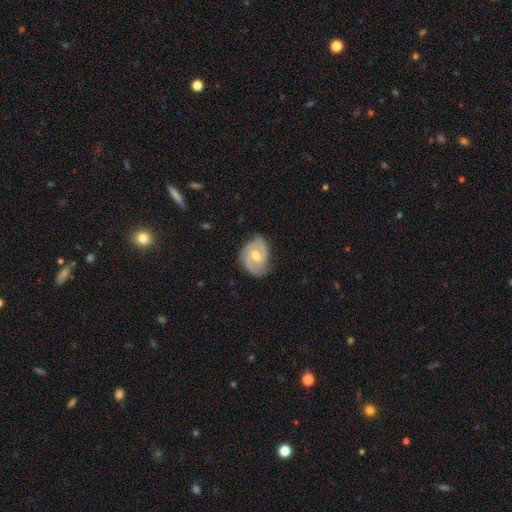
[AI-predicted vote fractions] smooth-or-featured: featured or disk: 78% | smooth: 16% | star or artifact: 6%
  disk-edge-on: no: 97% | yes: 3%
    bar: no: 50% | weak: 40% | strong: 10%
    has-spiral-arms: yes: 91% | no: 9%
      spiral-winding: tight: 46% | medium: 41% | loose: 13%
      spiral-arm-count: 2: 72% | can't tell: 12% | 3: 8% | 1: 4% | 4: 2% | more than 4: 2%
    bulge-size: moderate: 69% | small: 27% | large: 3% | none: 1% | dominant: 1%
  merging: none: 68% | minor disturbance: 24% | major disturbance: 6% | merger: 1%